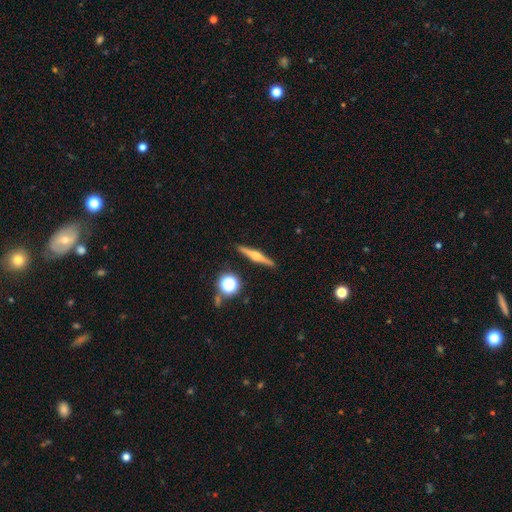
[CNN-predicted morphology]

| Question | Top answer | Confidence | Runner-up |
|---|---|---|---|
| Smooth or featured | featured or disk | 72% | smooth (21%) |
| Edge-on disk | yes | 98% | no (2%) |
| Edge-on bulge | rounded | 90% | boxy (7%) |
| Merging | none | 91% | minor disturbance (6%) |